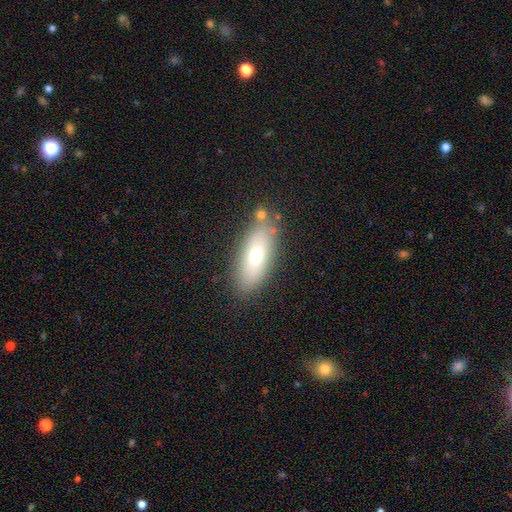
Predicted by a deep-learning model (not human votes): A smooth galaxy with no disk features (65%) that is in between round and cigar-shaped (72%).

Vote fractions:
- Smooth or featured? smooth: 65% / featured or disk: 26% / star or artifact: 8%
- How rounded? in between: 72% / cigar-shaped: 24% / round: 3%
- Merging? none: 78% / minor disturbance: 12% / merger: 6% / major disturbance: 3%